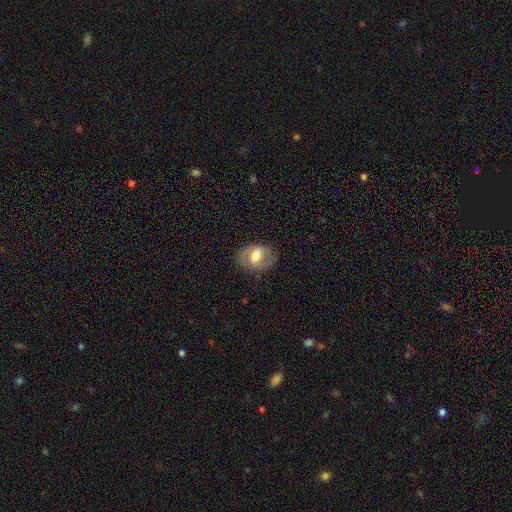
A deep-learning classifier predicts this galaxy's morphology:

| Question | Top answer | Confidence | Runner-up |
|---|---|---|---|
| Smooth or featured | smooth | 46% | tied: featured or disk (46%) |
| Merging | none | 75% | minor disturbance (17%) |